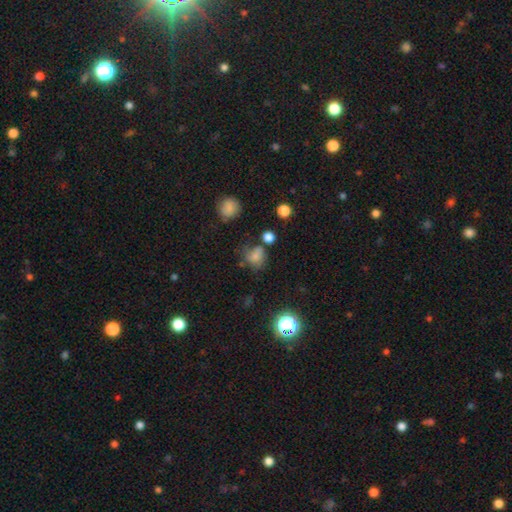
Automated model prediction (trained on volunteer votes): Smooth or featured? smooth (68%)
How rounded? round (60%)
Merging? none (48%)